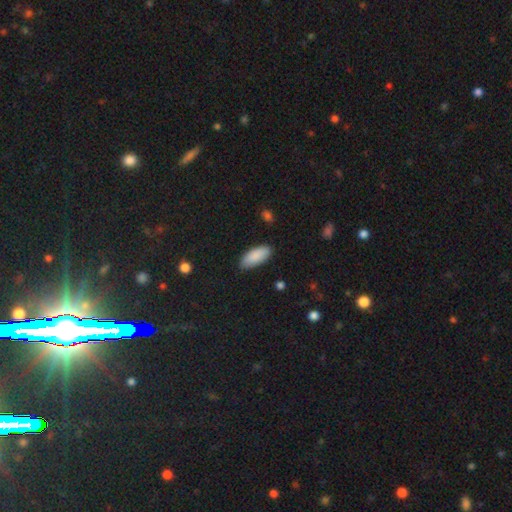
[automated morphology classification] The model was most divided on "merging": none: 85%, minor disturbance: 12%, major disturbance: 2%, merger: 1%. More confident: smooth or featured — smooth (89%); how rounded — in between (86%).